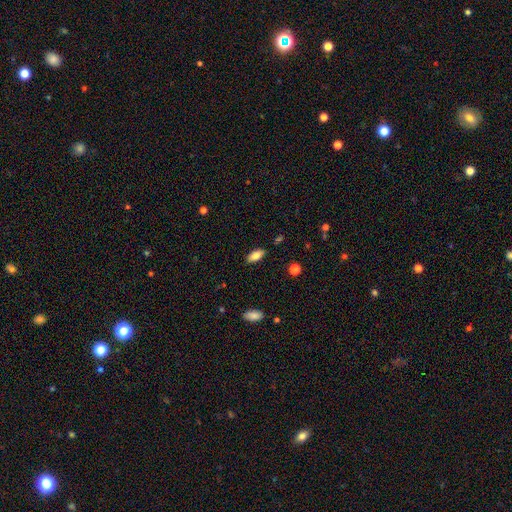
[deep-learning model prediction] smooth-or-featured: smooth: 79% | featured or disk: 13% | star or artifact: 7%
  how-rounded: in between: 88% | cigar-shaped: 9% | round: 2%
  merging: none: 86% | minor disturbance: 10% | major disturbance: 2% | merger: 2%